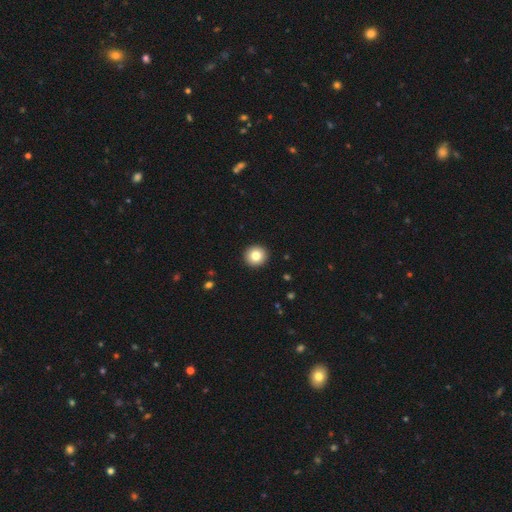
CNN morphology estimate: A smooth galaxy with no disk features (82%) that is round (94%).

Vote fractions:
- Smooth or featured? smooth: 82% / star or artifact: 9% / featured or disk: 9%
- How rounded? round: 94% / in between: 5% / cigar-shaped: 1%
- Merging? none: 94% / minor disturbance: 4% / major disturbance: 1% / merger: 1%